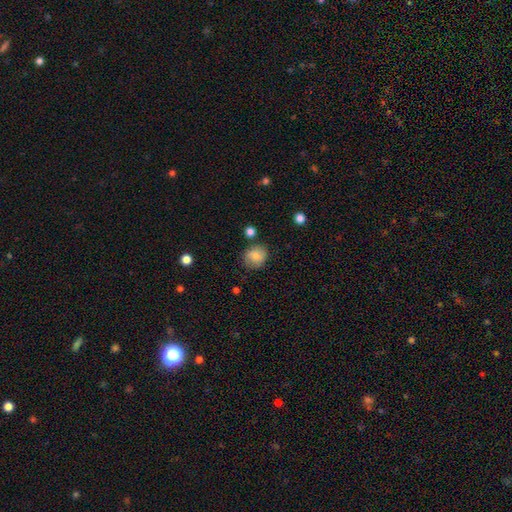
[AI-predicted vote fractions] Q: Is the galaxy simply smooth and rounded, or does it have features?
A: smooth — 80%.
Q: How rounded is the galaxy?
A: round — 74%.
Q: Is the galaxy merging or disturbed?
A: none — 75%.